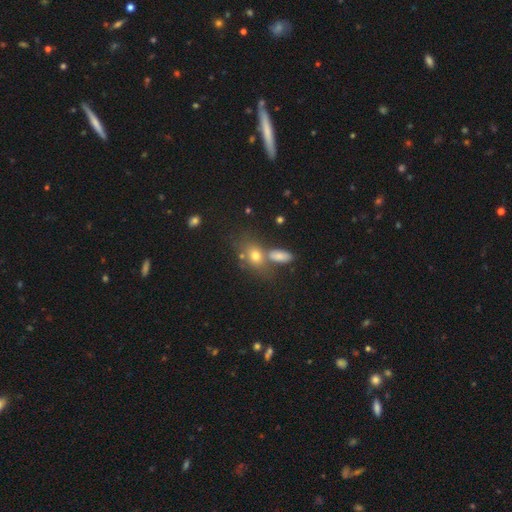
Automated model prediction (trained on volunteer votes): Morphology: type=smooth (67%); roundness=in between (68%); merging=none (44%).